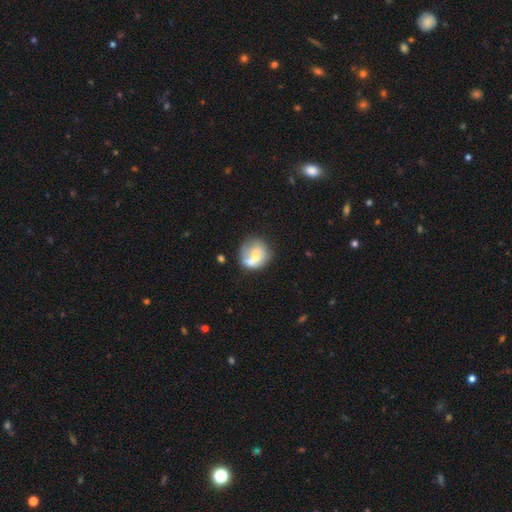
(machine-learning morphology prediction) This appears to be a smooth galaxy with no disk features (52%) that is round (77%). Merging: none (41%).